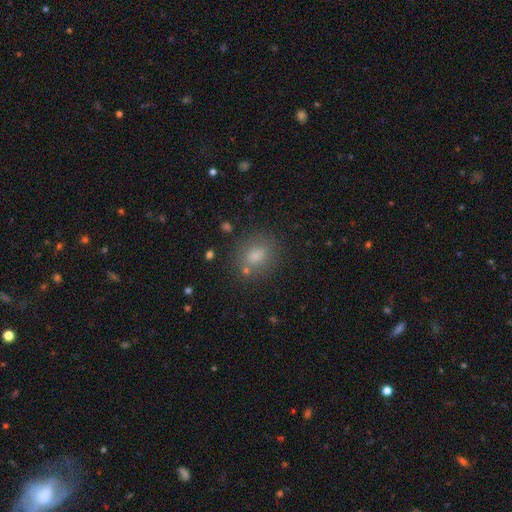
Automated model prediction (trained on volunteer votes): Q: Smooth or featured?
A: smooth (79%); runner-up: star or artifact (12%)
Q: How rounded?
A: in between (49%); tied with: round (49%)
Q: Merging?
A: none (76%); runner-up: minor disturbance (13%)